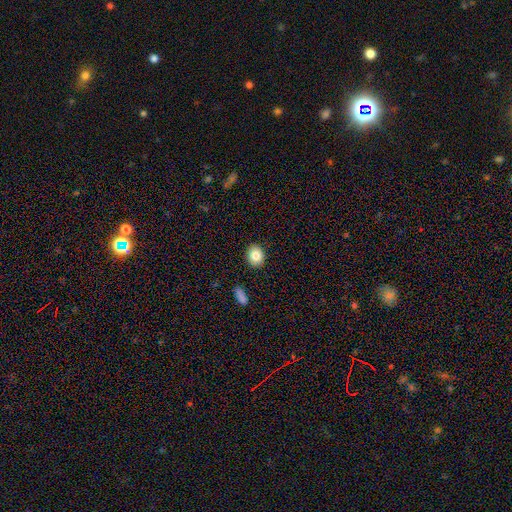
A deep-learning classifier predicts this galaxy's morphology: Smooth or featured? smooth (84%)
How rounded? round (59%)
Merging? none (90%)